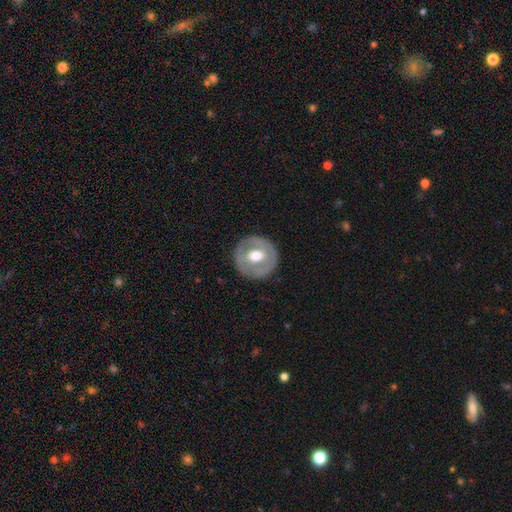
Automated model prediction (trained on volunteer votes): A featured or disk galaxy (55%) with no bar (48%), no spiral arms (75%) and a moderate central bulge (75%). Merging: none (85%).